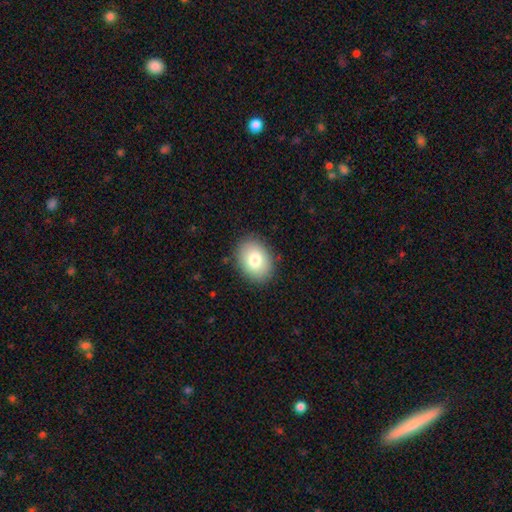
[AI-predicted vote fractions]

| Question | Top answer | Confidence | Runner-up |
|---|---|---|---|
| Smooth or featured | smooth | 81% | featured or disk (11%) |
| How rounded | in between | 67% | round (32%) |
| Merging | none | 87% | minor disturbance (9%) |